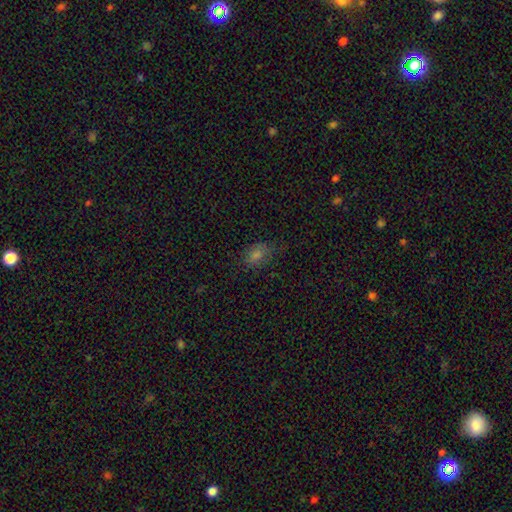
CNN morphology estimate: Overall: smooth (69%). How rounded: in between (72%). Merging: none (71%).